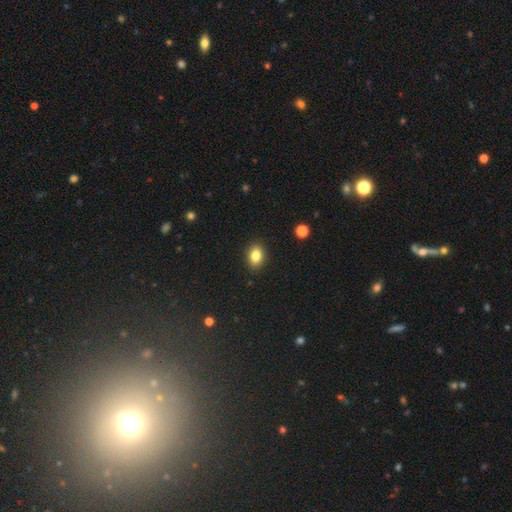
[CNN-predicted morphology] Smooth or featured: smooth — 83% (star or artifact — 10%)
How rounded: in between — 70% (round — 29%)
Merging: none — 89% (minor disturbance — 8%)